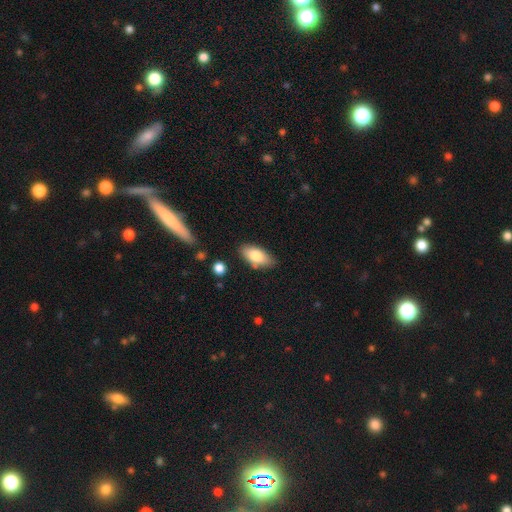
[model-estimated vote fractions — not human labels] The model was most divided on "merging": none: 78%, minor disturbance: 15%, merger: 4%, major disturbance: 3%. More confident: how rounded — in between (89%); smooth or featured — smooth (79%).